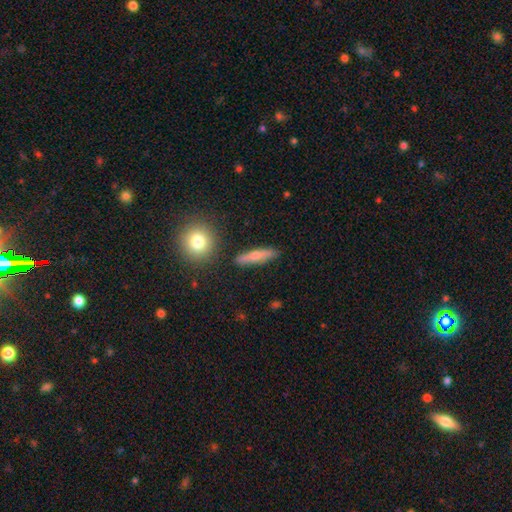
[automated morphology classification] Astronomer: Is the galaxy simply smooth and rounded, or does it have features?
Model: smooth — 61%.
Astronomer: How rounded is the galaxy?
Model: cigar-shaped — 77%.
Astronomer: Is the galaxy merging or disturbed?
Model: none — 85%.